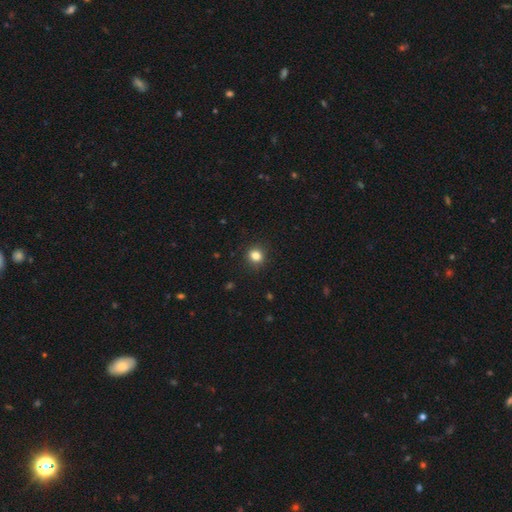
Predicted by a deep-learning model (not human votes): A smooth galaxy with no disk features (83%) that is round (80%).

Vote fractions:
- Smooth or featured? smooth: 83% / star or artifact: 12% / featured or disk: 5%
- How rounded? round: 80% / in between: 19% / cigar-shaped: 1%
- Merging? none: 90% / minor disturbance: 7% / major disturbance: 2% / merger: 1%